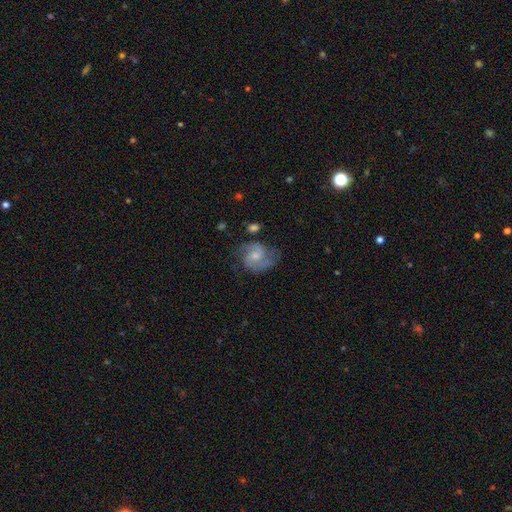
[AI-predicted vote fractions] featured or disk 77%, smooth 17%, star or artifact 6%. Down the decision tree: edge-on disk — no (98%); bar — no (55%); spiral arms — yes (95%); spiral arm count — 2 (87%); spiral winding — medium (54%); bulge size — small (48%); merging — none (66%).